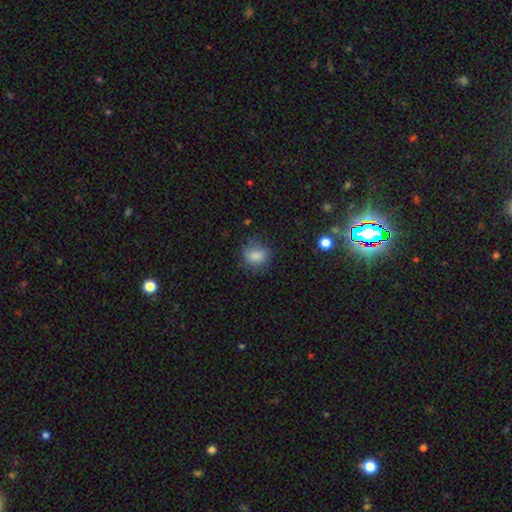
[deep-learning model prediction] Overall: smooth (83%). How rounded: round (51%; in between 48%). Merging: none (71%).